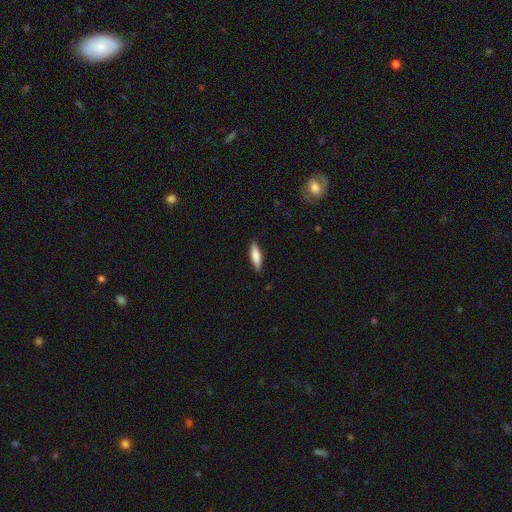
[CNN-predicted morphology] type=smooth (78%); roundness=cigar-shaped (61%); merging=none (87%).